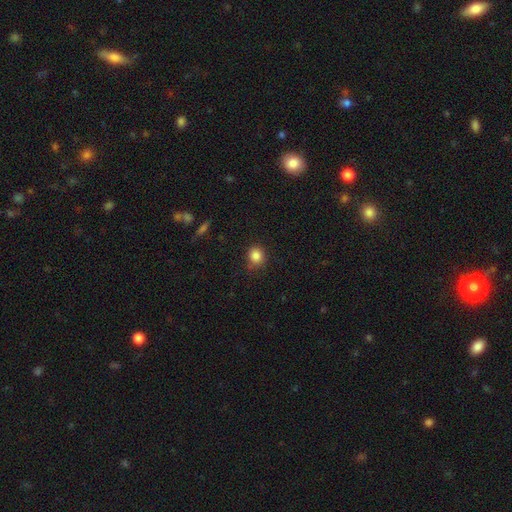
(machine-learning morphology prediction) A smooth galaxy with no disk features (85%) that is round (77%).

Vote fractions:
- Smooth or featured? smooth: 85% / star or artifact: 11% / featured or disk: 4%
- How rounded? round: 77% / in between: 22% / cigar-shaped: 1%
- Merging? none: 81% / minor disturbance: 14% / major disturbance: 3% / merger: 2%